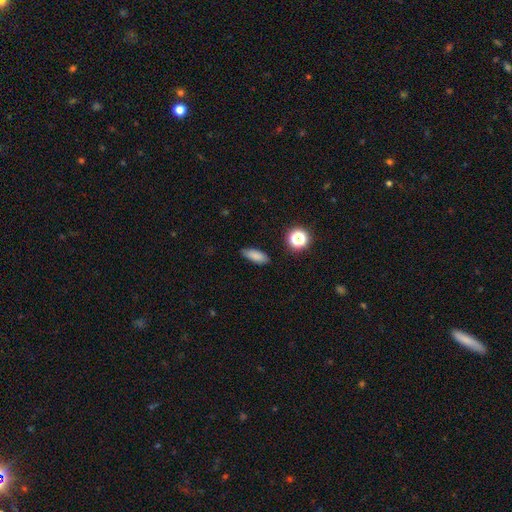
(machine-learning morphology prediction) This is clearly a smooth galaxy (82%). How rounded: likely in between (69%). Merging: clearly none (85%).